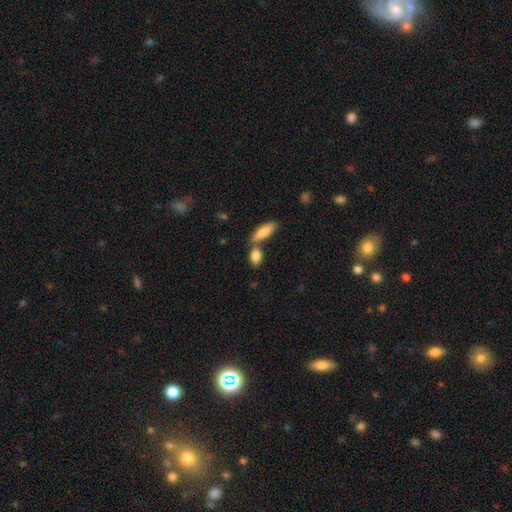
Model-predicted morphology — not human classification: smooth_or_featured: smooth (p=0.84) [alt: featured or disk p=0.09]
how_rounded: in between (p=0.81) [alt: cigar-shaped p=0.11]
merging: none (p=0.53) [alt: merger p=0.33]